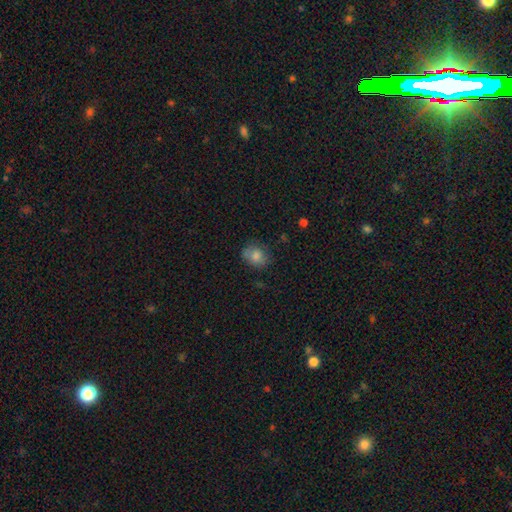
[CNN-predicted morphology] Q: Smooth or featured?
A: smooth (77%); runner-up: featured or disk (12%)
Q: How rounded?
A: round (54%); runner-up: in between (45%)
Q: Merging?
A: none (71%); runner-up: minor disturbance (21%)